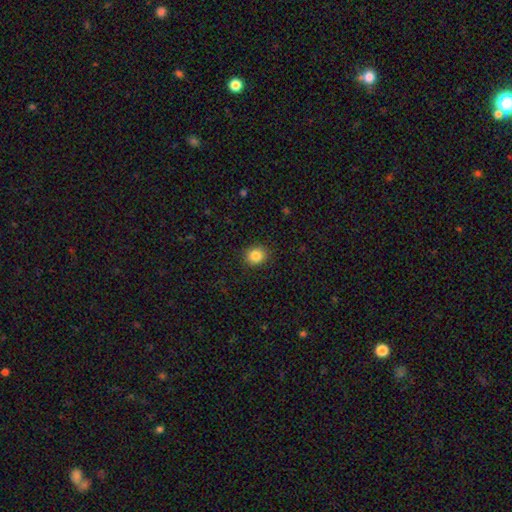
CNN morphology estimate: The model was most divided on "how rounded": round: 75%, in between: 25%, cigar-shaped: 1%. More confident: merging — none (90%); smooth or featured — smooth (85%).